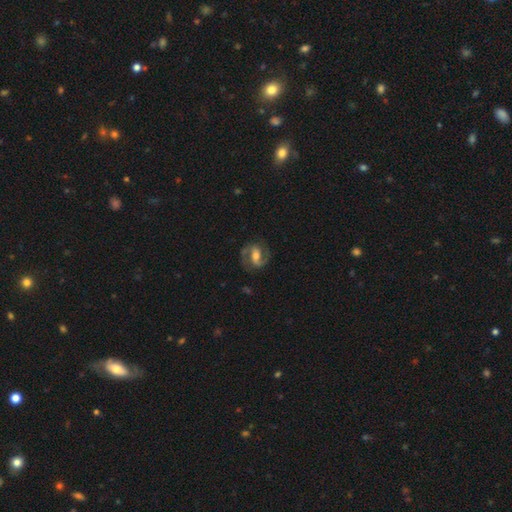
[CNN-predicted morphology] Smooth or featured? Predicted: featured or disk (p=0.83). Edge-on disk? Predicted: no (p=0.97). Bar? Predicted: weak (p=0.40). Spiral arms? Predicted: yes (p=0.94). Spiral winding? Predicted: medium (p=0.58). Spiral arm count? Predicted: 2 (p=0.91). Bulge size? Predicted: moderate (p=0.61). Merging? Predicted: none (p=0.79).